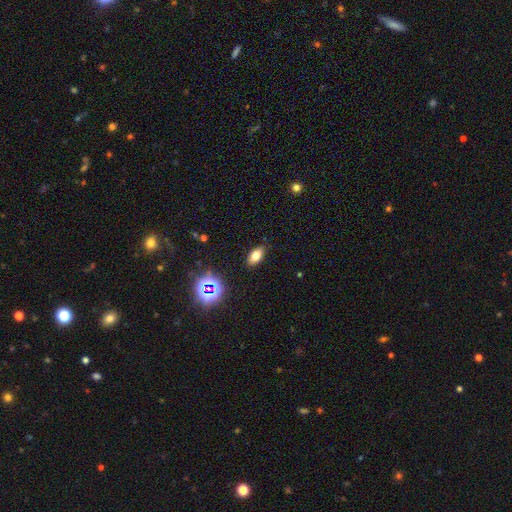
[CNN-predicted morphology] type=smooth (71%); roundness=in between (87%); merging=none (87%).